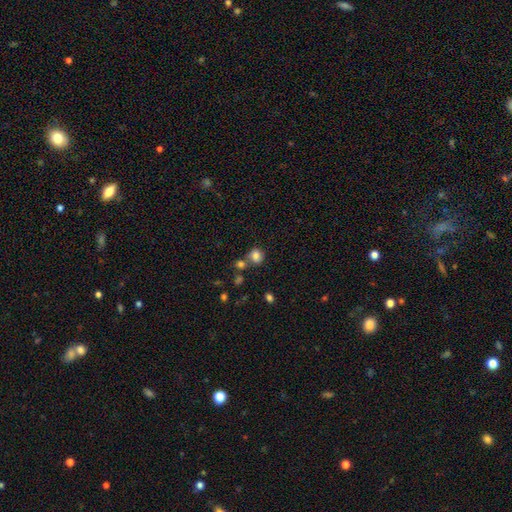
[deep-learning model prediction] This appears to be a smooth galaxy with no disk features (82%) that is round (75%). Merging: none (61%).